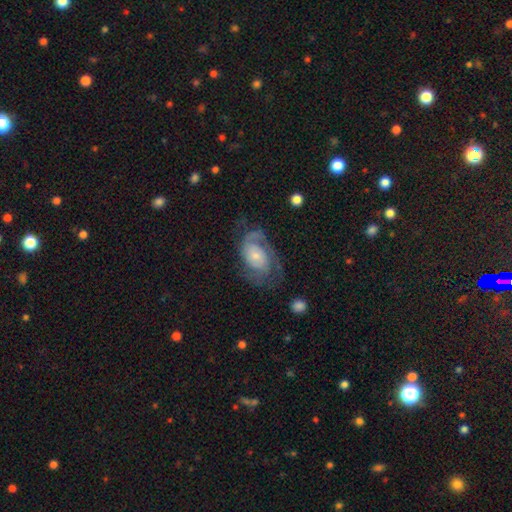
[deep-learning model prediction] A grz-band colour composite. It shows a featured or disk galaxy (78%) with no bar (72%), 2 (55%) tight (44%) spiral arms (92%) and a small central bulge (63%). Merging: none (60%).